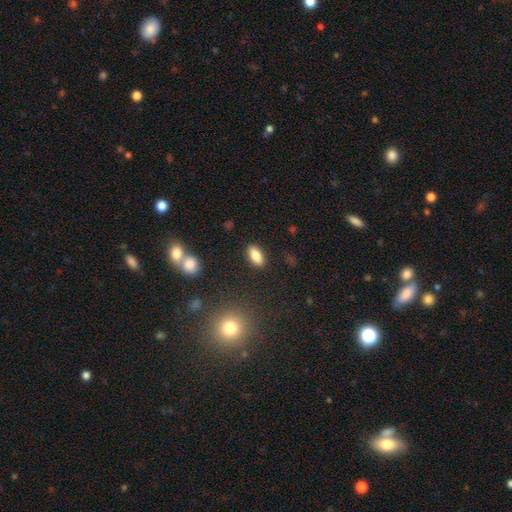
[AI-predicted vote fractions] Q: Smooth or featured?
A: smooth (79%); runner-up: featured or disk (12%)
Q: How rounded?
A: in between (86%); runner-up: cigar-shaped (10%)
Q: Merging?
A: none (88%); runner-up: minor disturbance (8%)